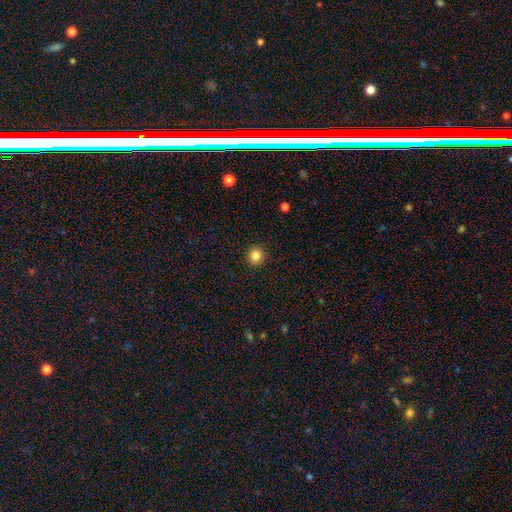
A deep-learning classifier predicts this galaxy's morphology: smooth 84%, star or artifact 11%, featured or disk 6%. Down the decision tree: how rounded — round (92%); merging — none (92%).